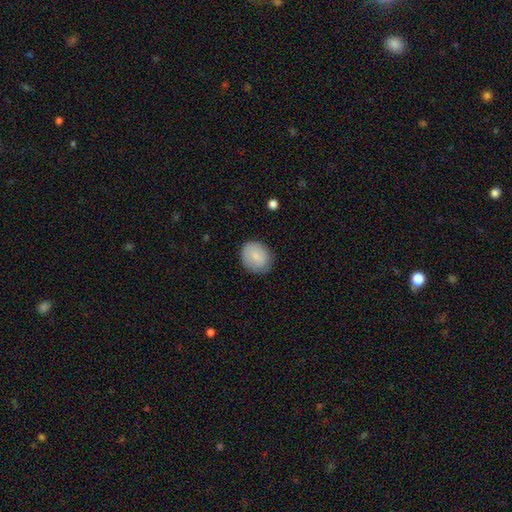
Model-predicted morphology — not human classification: A smooth galaxy with no disk features (82%) that is round (69%).

Vote fractions:
- Smooth or featured? smooth: 82% / featured or disk: 11% / star or artifact: 7%
- How rounded? round: 69% / in between: 30% / cigar-shaped: 1%
- Merging? none: 81% / minor disturbance: 14% / major disturbance: 4% / merger: 1%